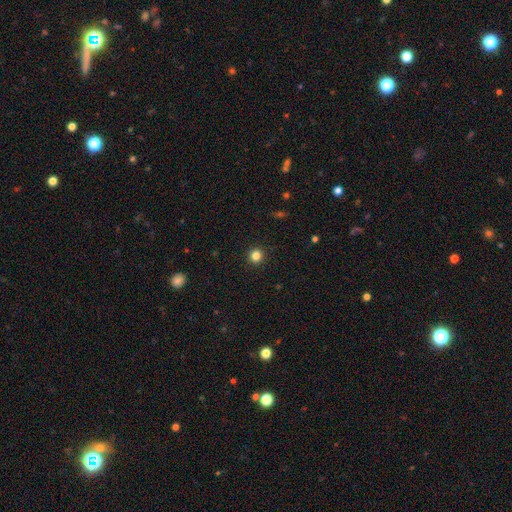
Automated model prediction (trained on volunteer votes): Q: Smooth or featured?
A: smooth (83%); runner-up: star or artifact (13%)
Q: How rounded?
A: round (95%); runner-up: in between (4%)
Q: Merging?
A: none (93%); runner-up: minor disturbance (5%)